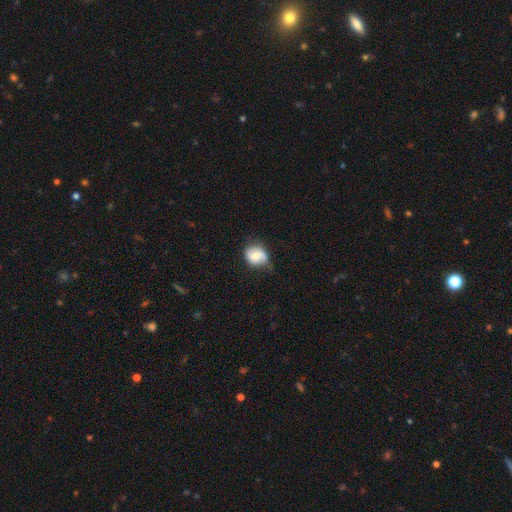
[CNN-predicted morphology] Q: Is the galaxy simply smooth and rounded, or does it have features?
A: smooth — 55%.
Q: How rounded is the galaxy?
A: round — 59%.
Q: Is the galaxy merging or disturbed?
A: none — 55%.